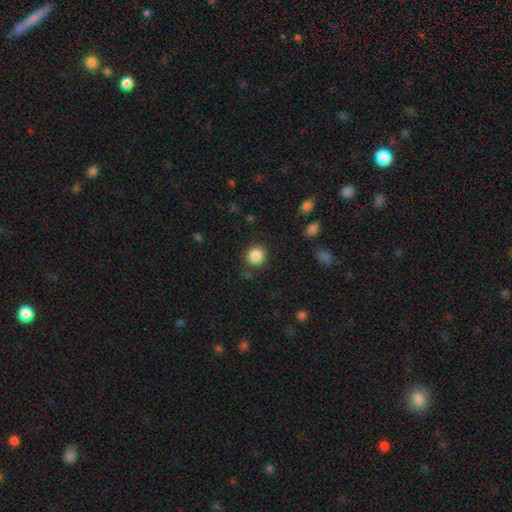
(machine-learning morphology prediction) The model was most divided on "smooth or featured": smooth: 87%, star or artifact: 10%, featured or disk: 4%. More confident: how rounded — round (91%); merging — none (87%).